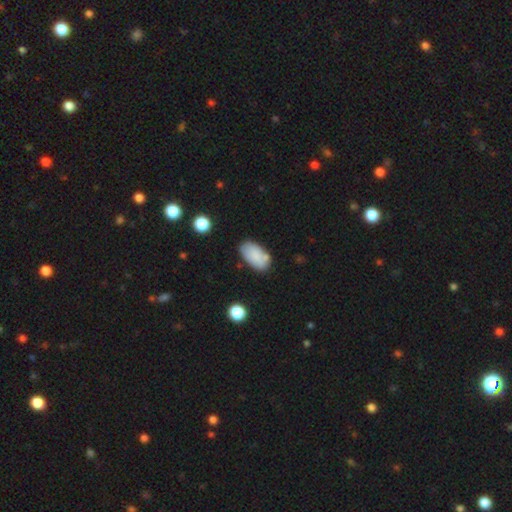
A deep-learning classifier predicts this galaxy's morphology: This appears to be a smooth galaxy with no disk features (83%) that is in between round and cigar-shaped (95%). Merging: none (70%).